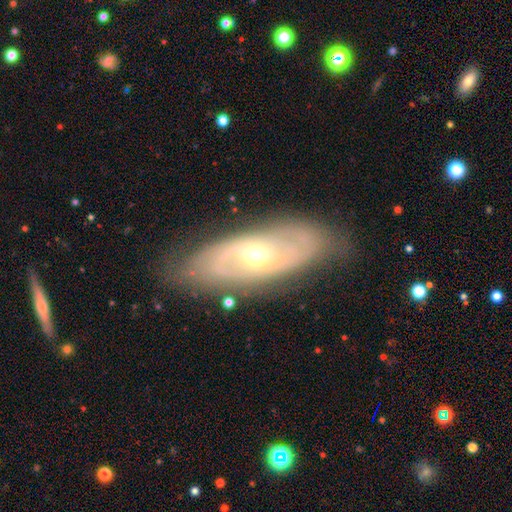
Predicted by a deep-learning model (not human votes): smooth_or_featured: featured or disk (p=0.75) [alt: smooth p=0.18]
disk_edge_on: no (p=0.86) [alt: yes p=0.14]
bar: no (p=0.65) [alt: weak p=0.27]
has_spiral_arms: yes (p=0.76) [alt: no p=0.24]
bulge_size: small (p=0.52) [alt: moderate p=0.45]
merging: none (p=0.81) [alt: minor disturbance p=0.14]